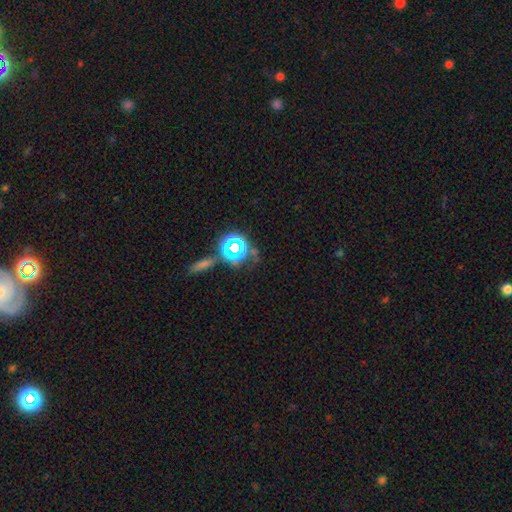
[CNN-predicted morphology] Smooth or featured: star or artifact — 46% (smooth — 40%)